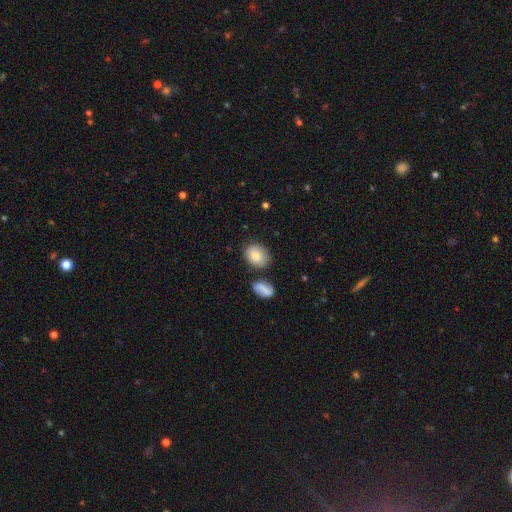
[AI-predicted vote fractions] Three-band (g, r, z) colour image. It shows a smooth galaxy with no disk features (83%) that is in between round and cigar-shaped (62%). Merging: none (73%).